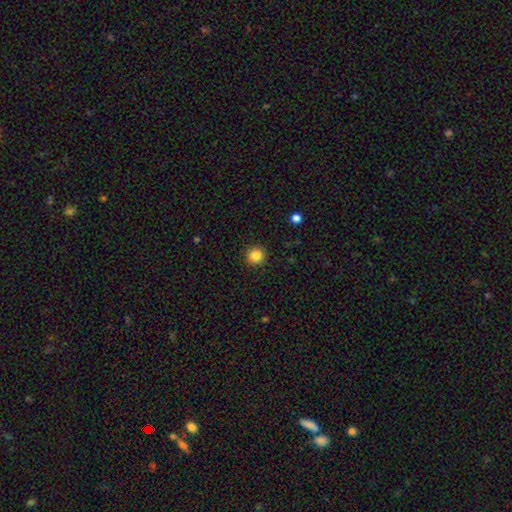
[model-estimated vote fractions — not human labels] Smooth or featured: smooth — 85% (star or artifact — 11%)
How rounded: round — 93% (in between — 6%)
Merging: none — 92% (minor disturbance — 5%)